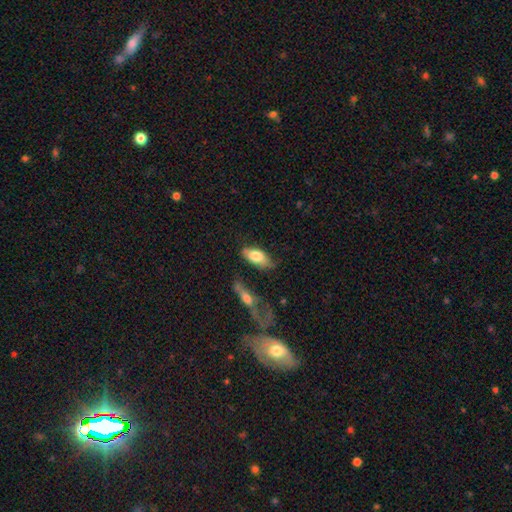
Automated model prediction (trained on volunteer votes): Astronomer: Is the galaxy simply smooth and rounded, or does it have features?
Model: smooth — 75%.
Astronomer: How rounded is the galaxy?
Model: in between — 85%.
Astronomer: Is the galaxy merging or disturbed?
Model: none — 50% (runner-up: minor disturbance, 30%).